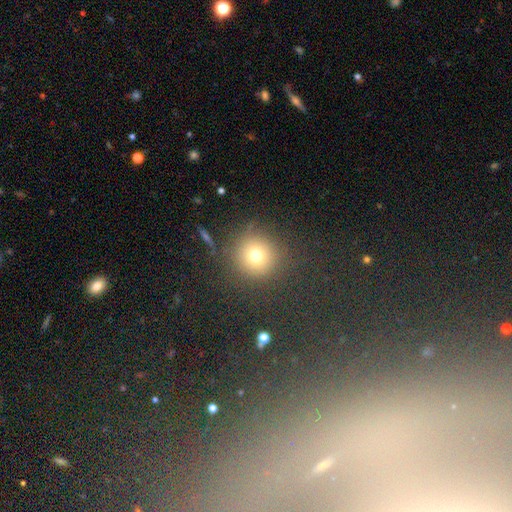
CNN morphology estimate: Smooth or featured? smooth (72%)
How rounded? round (93%)
Merging? none (84%)